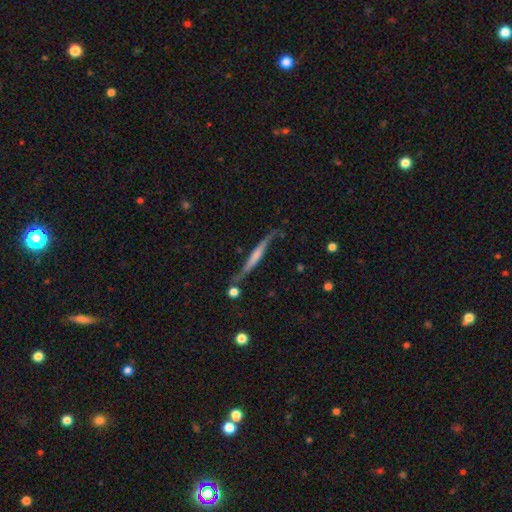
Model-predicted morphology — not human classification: smooth_or_featured: featured or disk (p=0.64) [alt: smooth p=0.30]
disk_edge_on: yes (p=0.73) [alt: no p=0.27]
merging: none (p=0.54) [alt: minor disturbance p=0.26]